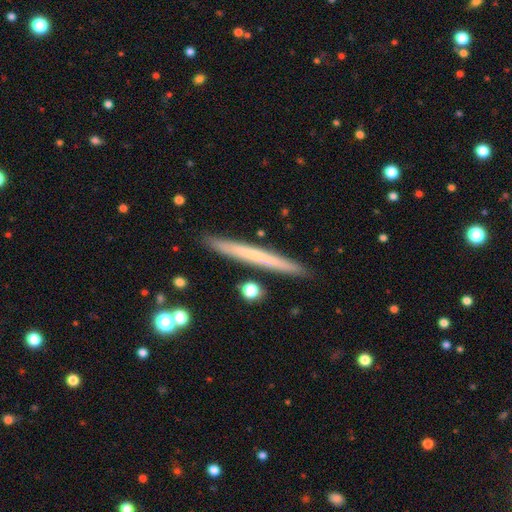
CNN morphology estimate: Smooth or featured? Predicted: smooth (p=0.55). How rounded? Predicted: cigar-shaped (p=0.97). Merging? Predicted: none (p=0.90).